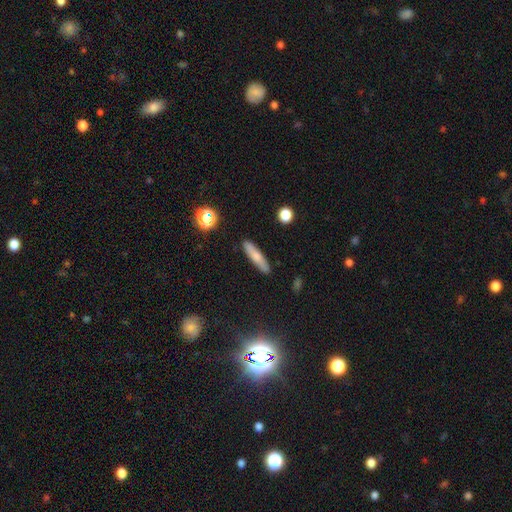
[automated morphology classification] A smooth galaxy with no disk features (71%) that is cigar-shaped (83%).

Vote fractions:
- Smooth or featured? smooth: 71% / featured or disk: 21% / star or artifact: 8%
- How rounded? cigar-shaped: 83% / in between: 14% / round: 2%
- Merging? none: 88% / minor disturbance: 8% / major disturbance: 2% / merger: 2%